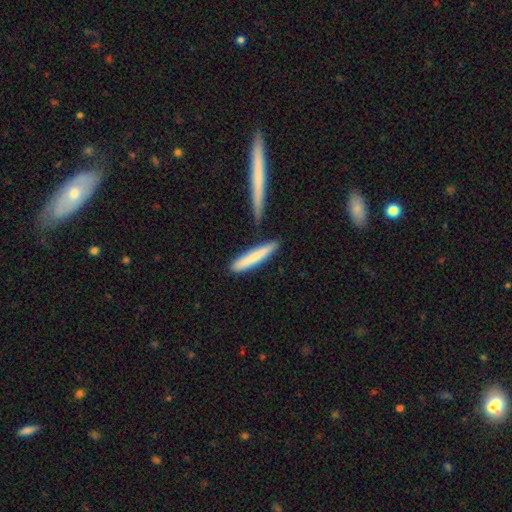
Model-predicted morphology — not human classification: A smooth galaxy with no disk features (75%) that is cigar-shaped (91%). Merging: none (77%).